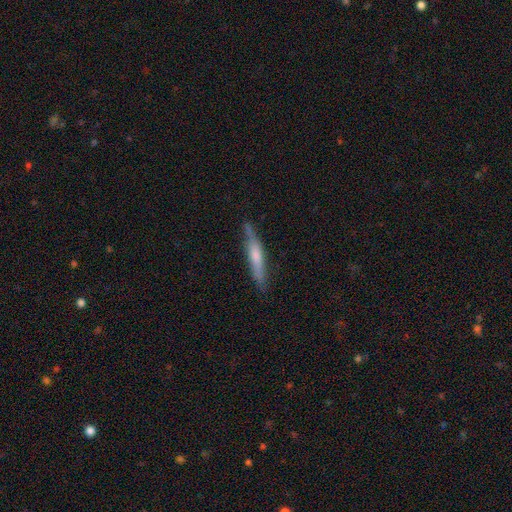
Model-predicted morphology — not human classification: Smooth or featured?
  - smooth: 48% *
  - featured or disk: 46%
  - star or artifact: 6%
Merging?
  - none: 78% *
  - minor disturbance: 16%
  - major disturbance: 3%
  - merger: 2%